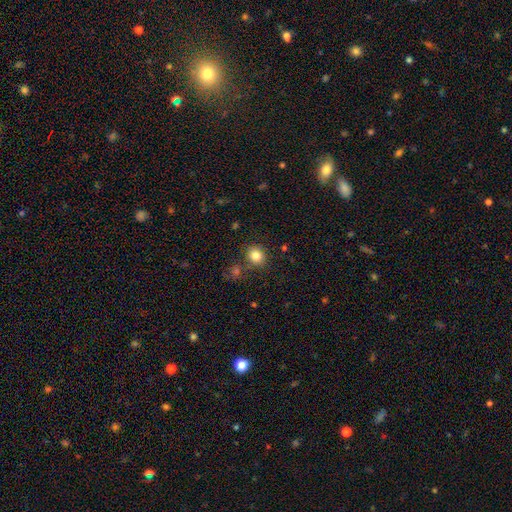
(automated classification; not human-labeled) Smooth or featured: smooth — 83% (star or artifact — 11%)
How rounded: round — 81% (in between — 18%)
Merging: none — 80% (minor disturbance — 10%)